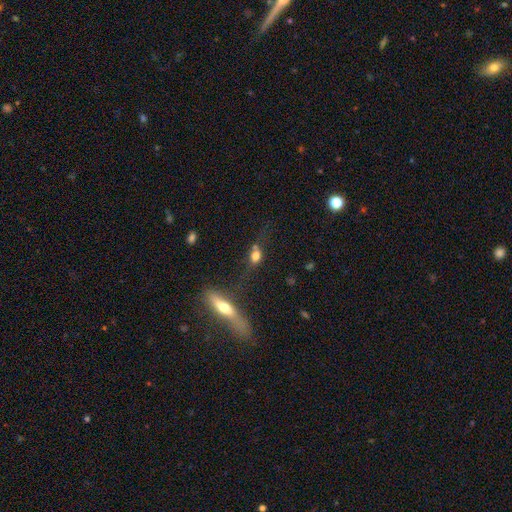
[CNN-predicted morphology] Smooth or featured? Predicted: smooth (p=0.68). How rounded? Predicted: in between (p=0.58). Merging? Predicted: none (p=0.47).